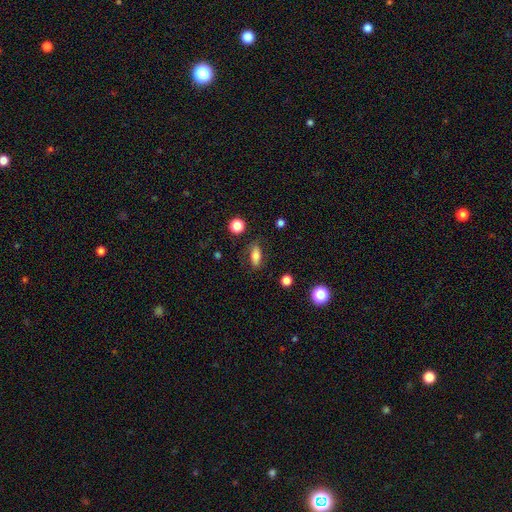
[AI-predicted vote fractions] This is likely a smooth galaxy (78%). How rounded: likely in between (73%). Merging: clearly none (81%).